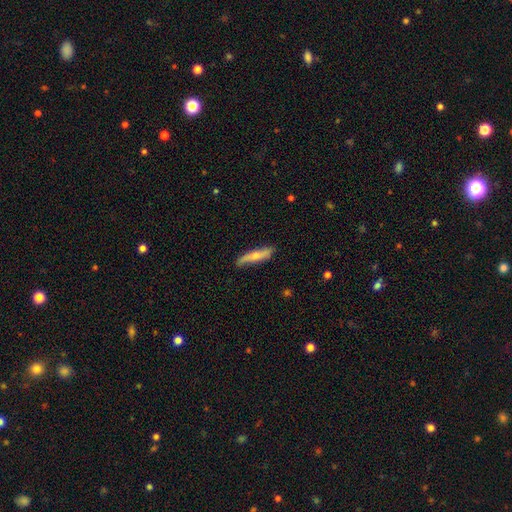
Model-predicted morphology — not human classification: This appears to be a smooth galaxy with no disk features (60%) that is cigar-shaped (80%). Merging: none (74%).